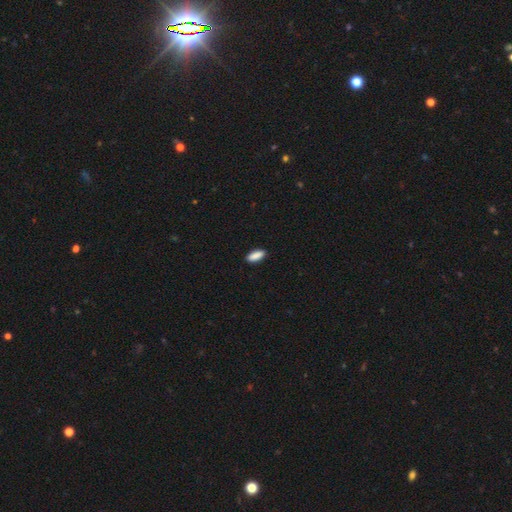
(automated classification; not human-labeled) This is clearly a smooth galaxy (90%). How rounded: likely in between (73%). Merging: clearly none (90%).